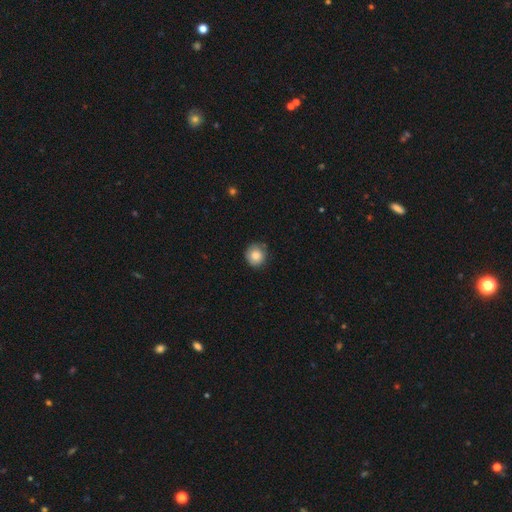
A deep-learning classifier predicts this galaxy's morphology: Smooth or featured? Predicted: smooth (p=0.83). How rounded? Predicted: round (p=0.92). Merging? Predicted: none (p=0.79).